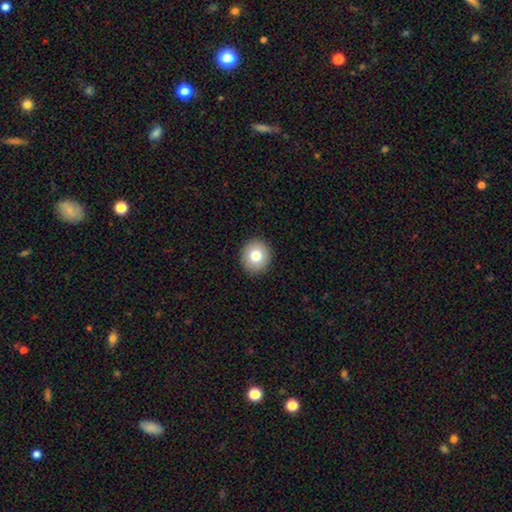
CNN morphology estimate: Smooth or featured?
  - smooth: 78% *
  - featured or disk: 12%
  - star or artifact: 10%
How rounded?
  - round: 85% *
  - in between: 14%
  - cigar-shaped: 1%
Merging?
  - none: 92% *
  - minor disturbance: 6%
  - major disturbance: 2%
  - merger: 1%